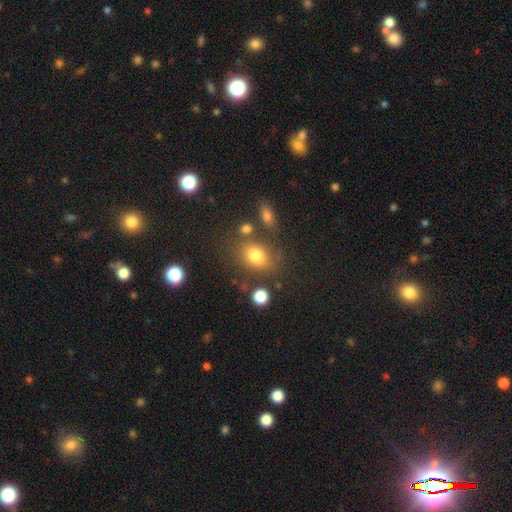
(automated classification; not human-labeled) The model was most divided on "how rounded": in between: 67%, round: 31%, cigar-shaped: 2%. More confident: smooth or featured — smooth (78%); merging — none (68%).